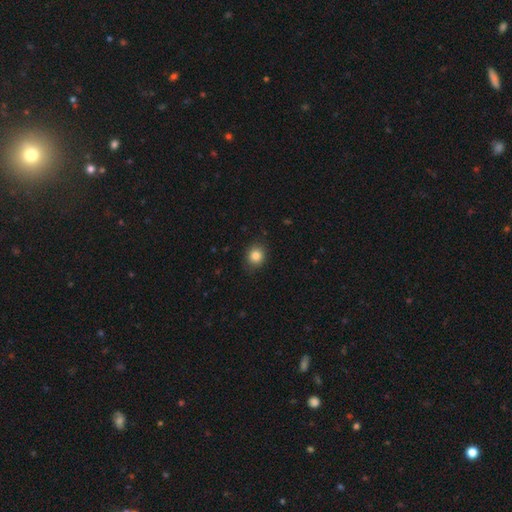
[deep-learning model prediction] Smooth or featured? smooth (84%)
How rounded? round (77%)
Merging? none (86%)